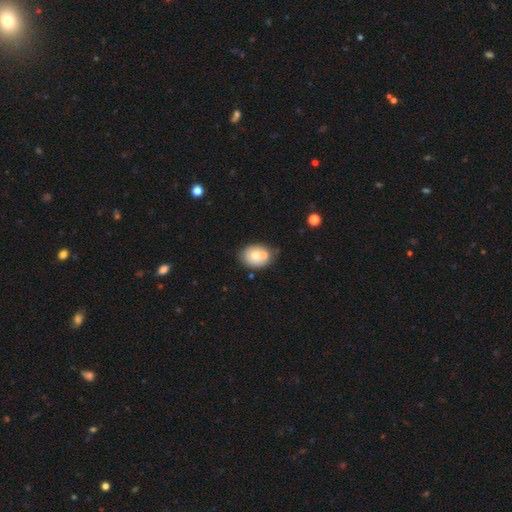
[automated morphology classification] Overall: smooth (65%; featured or disk 27%). How rounded: round (53%; in between 46%). Merging: none (49%; merger 34%).